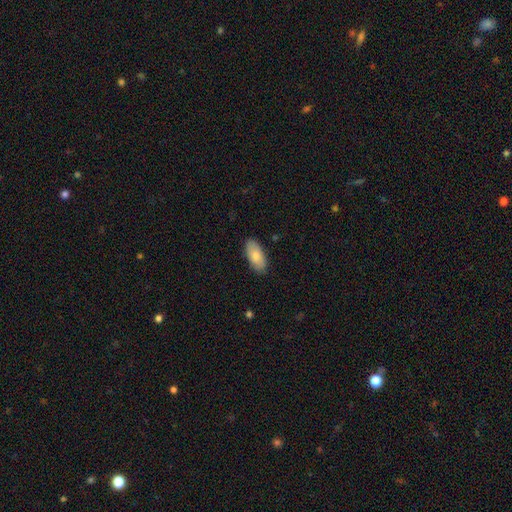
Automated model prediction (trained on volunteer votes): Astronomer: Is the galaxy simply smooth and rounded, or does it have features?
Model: smooth — 81%.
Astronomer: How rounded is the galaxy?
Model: in between — 92%.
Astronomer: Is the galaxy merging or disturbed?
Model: none — 86%.